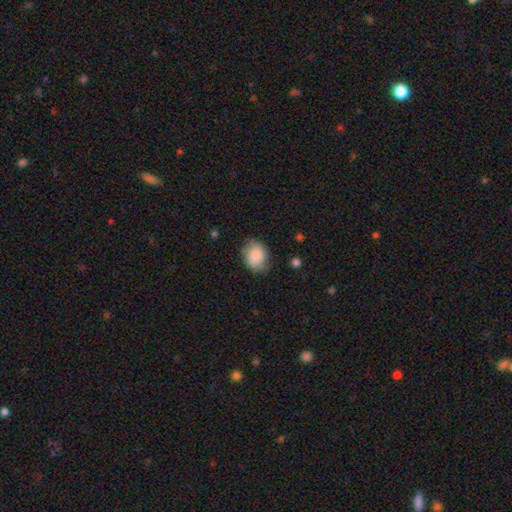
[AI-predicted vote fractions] Smooth or featured? Predicted: smooth (p=0.81). How rounded? Predicted: in between (p=0.56). Merging? Predicted: none (p=0.73).